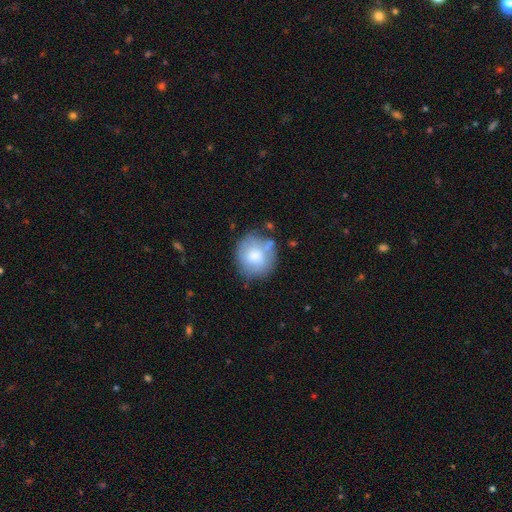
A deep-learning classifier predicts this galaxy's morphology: This is likely a smooth galaxy (72%). How rounded: clearly round (84%). Merging: likely none (65%).